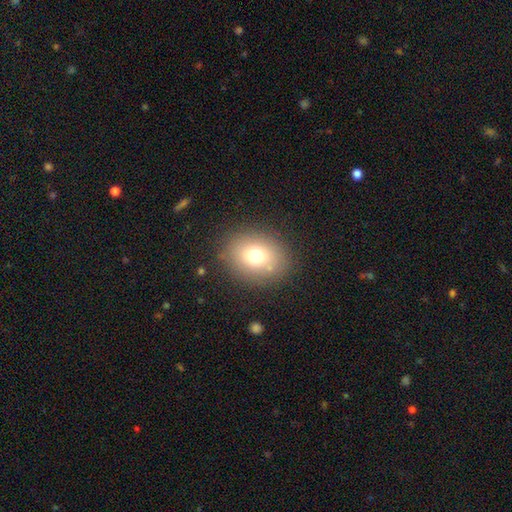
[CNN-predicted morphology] A smooth galaxy with no disk features (73%) that is round (54%). Merging: none (83%).